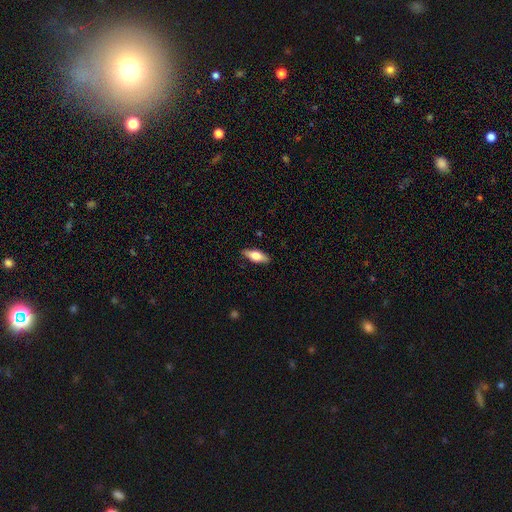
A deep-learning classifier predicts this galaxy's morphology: type=smooth (62%); roundness=in between (70%); merging=none (88%).